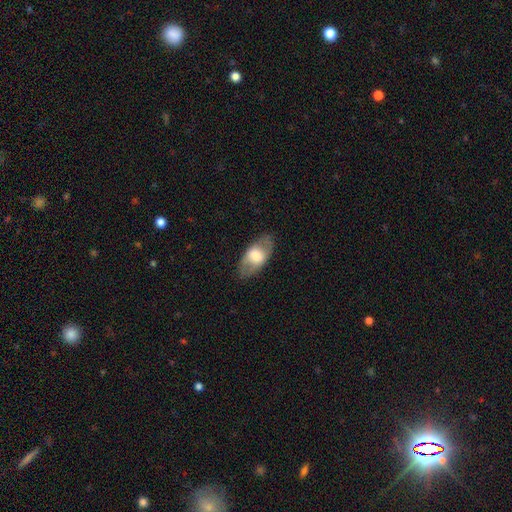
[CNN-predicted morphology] smooth_or_featured: smooth (p=0.54) [alt: featured or disk p=0.40]
how_rounded: in between (p=0.89) [alt: round p=0.06]
merging: none (p=0.81) [alt: minor disturbance p=0.13]